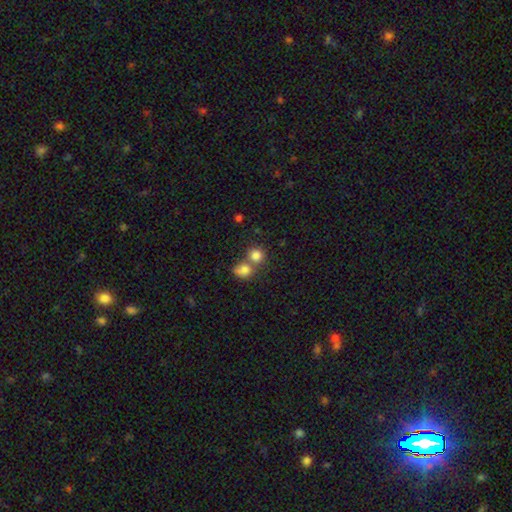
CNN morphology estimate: Smooth or featured? Predicted: smooth (p=0.80). How rounded? Predicted: round (p=0.85). Merging? Predicted: none (p=0.47).